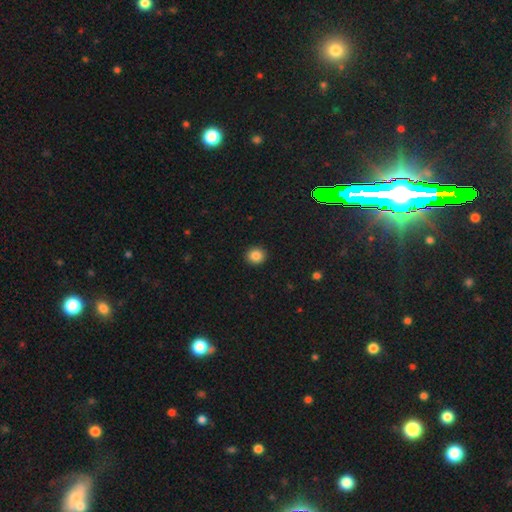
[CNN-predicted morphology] A smooth galaxy with no disk features (85%) that is round (86%). Merging: none (92%).